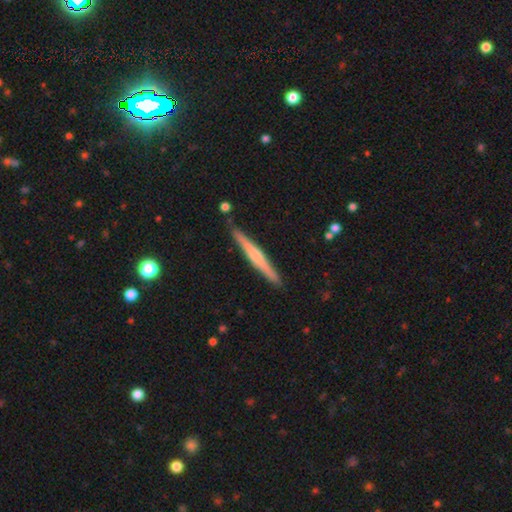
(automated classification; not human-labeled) smooth_or_featured: featured or disk (p=0.58) [alt: smooth p=0.37]
disk_edge_on: yes (p=0.98) [alt: no p=0.02]
edge_on_bulge: rounded (p=0.55) [alt: none p=0.33]
merging: none (p=0.88) [alt: minor disturbance p=0.09]